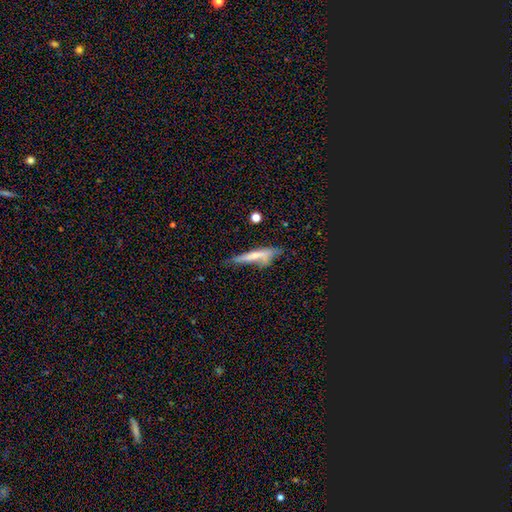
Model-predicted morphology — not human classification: The model was most divided on "merging": none: 46%, minor disturbance: 28%, major disturbance: 14%, merger: 12%. More confident: how rounded — cigar-shaped (86%); smooth or featured — smooth (56%).